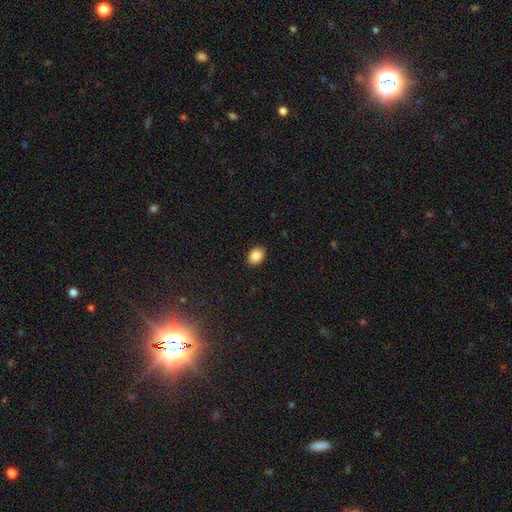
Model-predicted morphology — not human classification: This appears to be a smooth galaxy with no disk features (88%) that is in between round and cigar-shaped (69%). Merging: none (90%).